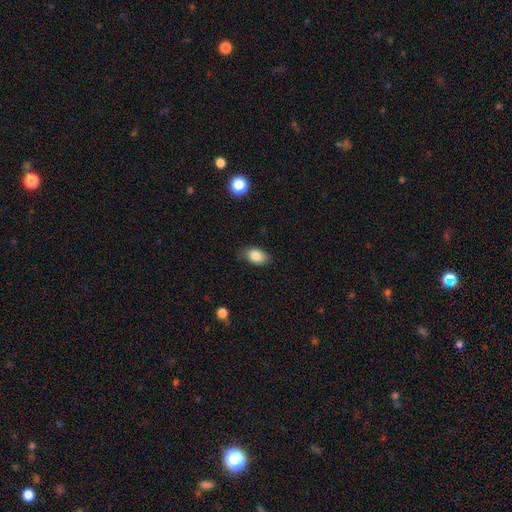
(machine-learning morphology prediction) Smooth or featured: smooth — 85% (star or artifact — 8%)
How rounded: in between — 86% (round — 12%)
Merging: none — 78% (minor disturbance — 18%)